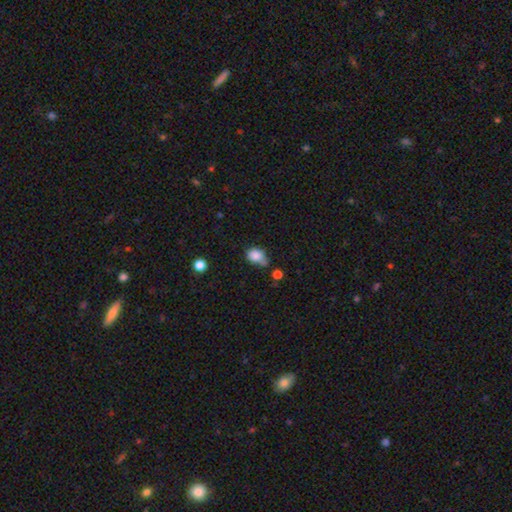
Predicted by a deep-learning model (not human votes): Overall: smooth (84%). How rounded: in between (53%; round 46%). Merging: none (41%; minor disturbance 30%).